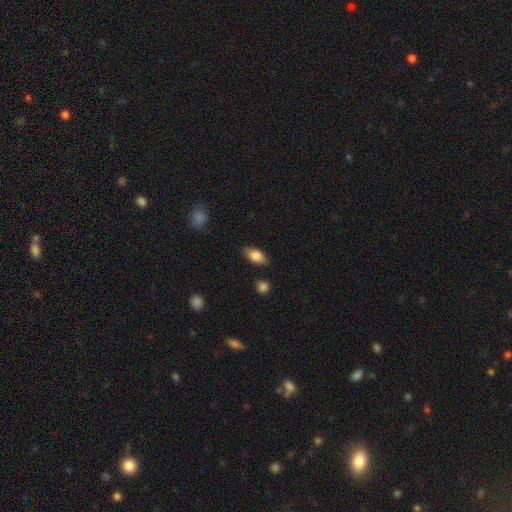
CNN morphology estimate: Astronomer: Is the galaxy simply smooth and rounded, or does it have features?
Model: smooth — 80%.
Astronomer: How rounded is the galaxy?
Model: in between — 88%.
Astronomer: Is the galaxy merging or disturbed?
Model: none — 83%.